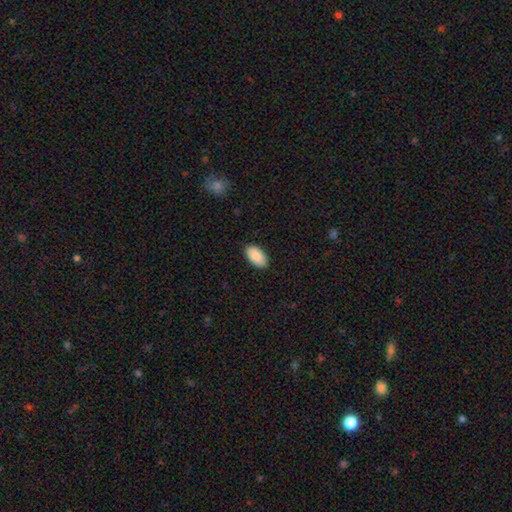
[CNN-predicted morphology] smooth-or-featured: smooth: 89% | star or artifact: 6% | featured or disk: 5%
  how-rounded: in between: 96% | round: 2% | cigar-shaped: 2%
  merging: none: 89% | minor disturbance: 9% | major disturbance: 2% | merger: 1%